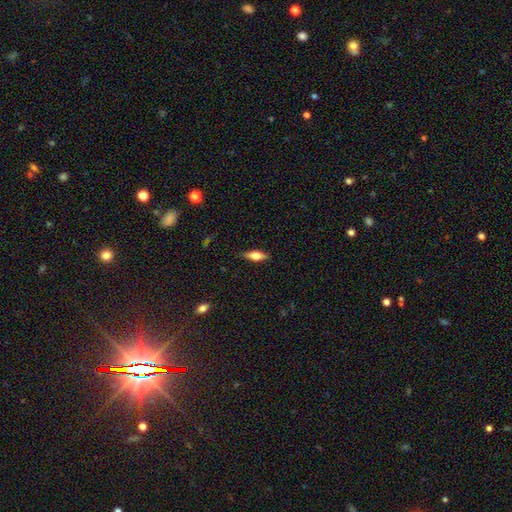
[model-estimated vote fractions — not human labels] A smooth galaxy with no disk features (49%). Merging: none (86%).